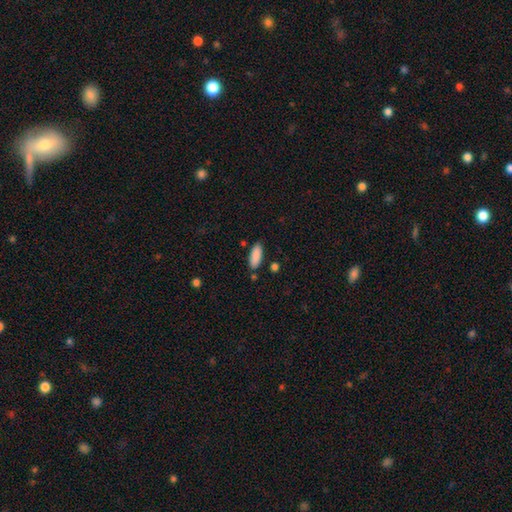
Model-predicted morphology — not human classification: smooth-or-featured: smooth: 89% | star or artifact: 6% | featured or disk: 5%
  how-rounded: in between: 75% | cigar-shaped: 24% | round: 2%
  merging: none: 83% | minor disturbance: 11% | merger: 4% | major disturbance: 3%